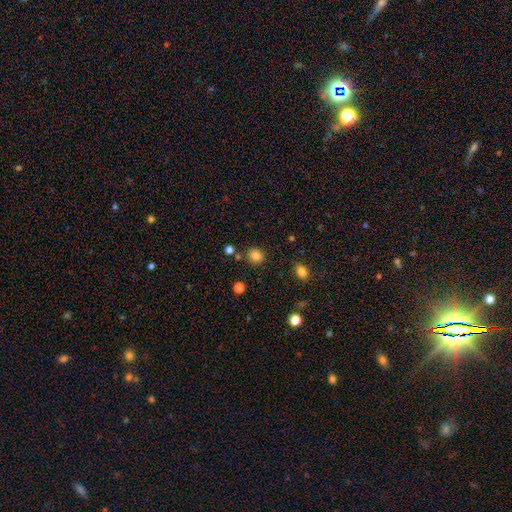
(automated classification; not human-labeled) A smooth galaxy with no disk features (83%) that is round (73%). Merging: none (81%).